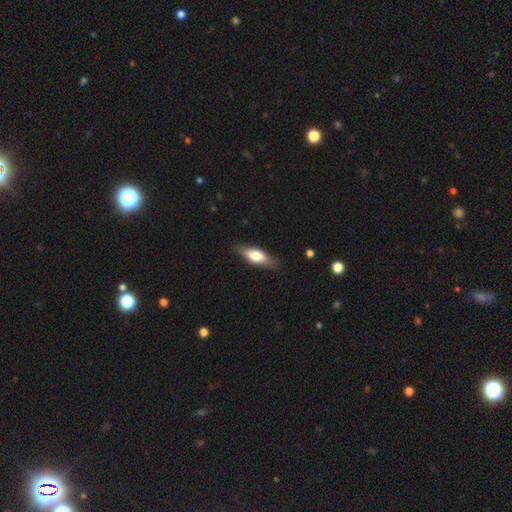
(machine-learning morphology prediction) smooth_or_featured: smooth (p=0.60) [alt: featured or disk p=0.34]
how_rounded: in between (p=0.59) [alt: cigar-shaped p=0.38]
merging: none (p=0.84) [alt: minor disturbance p=0.12]